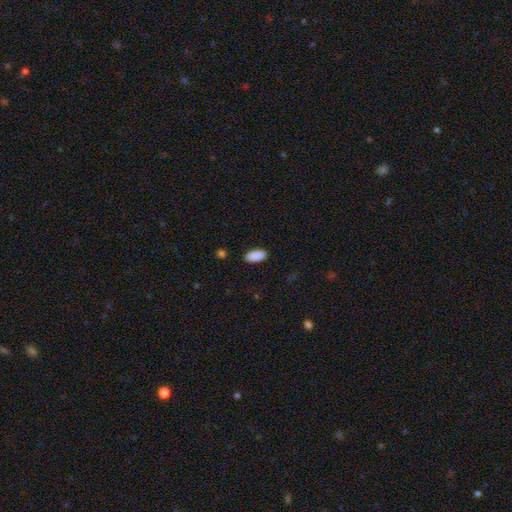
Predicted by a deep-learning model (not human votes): Q: Smooth or featured?
A: smooth (90%); runner-up: star or artifact (7%)
Q: How rounded?
A: in between (90%); runner-up: cigar-shaped (8%)
Q: Merging?
A: none (88%); runner-up: minor disturbance (9%)